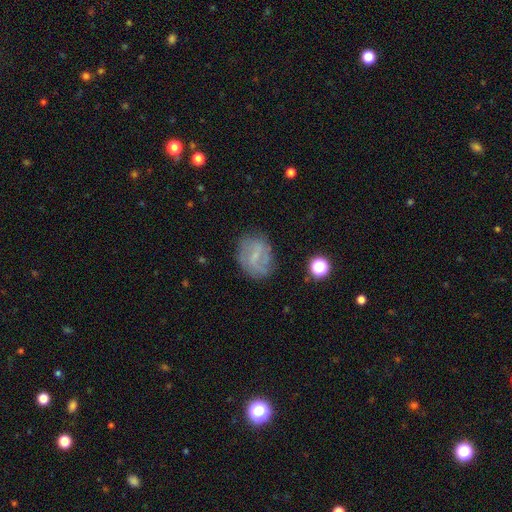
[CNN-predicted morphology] A featured or disk galaxy (56%) with a weak bar (53%), spiral arms (67%) and a small central bulge (54%). Merging: none (71%).